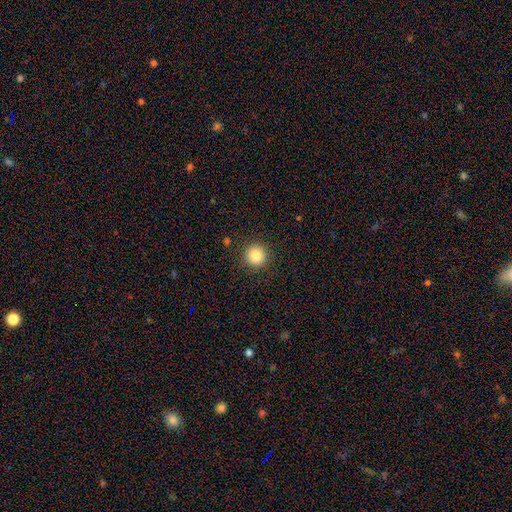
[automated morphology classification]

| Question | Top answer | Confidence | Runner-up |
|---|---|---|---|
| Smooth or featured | smooth | 85% | star or artifact (10%) |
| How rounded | round | 95% | in between (4%) |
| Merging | none | 91% | minor disturbance (6%) |